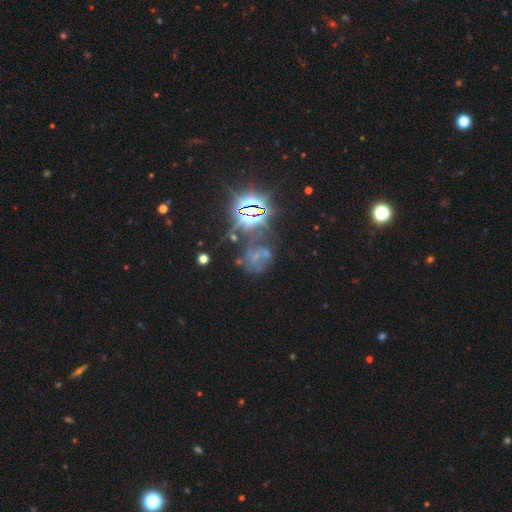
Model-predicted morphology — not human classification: Smooth or featured?
  - star or artifact: 53% *
  - featured or disk: 30%
  - smooth: 17%